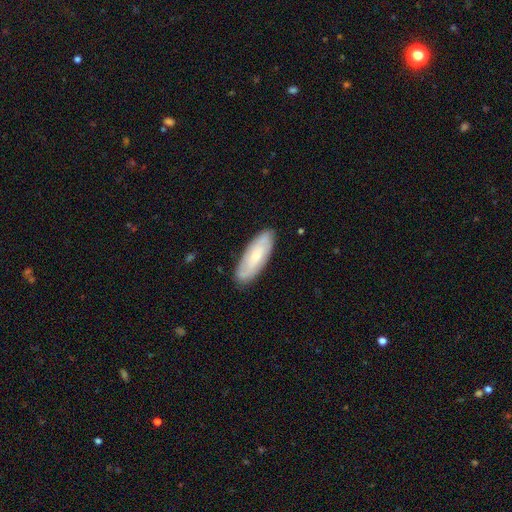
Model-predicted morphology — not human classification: Overall: smooth (52%; featured or disk 42%). How rounded: in between (66%; cigar-shaped 33%). Merging: none (85%).